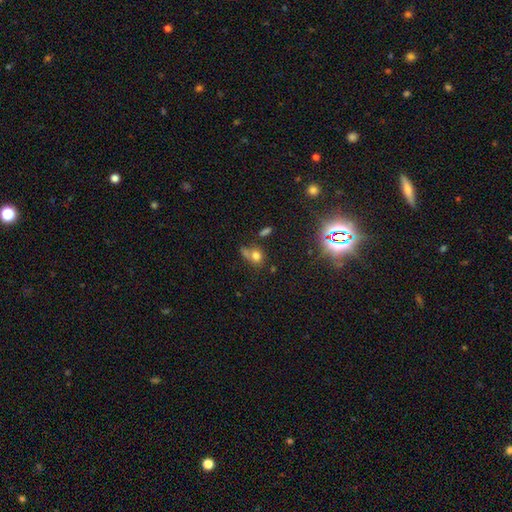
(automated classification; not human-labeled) A smooth galaxy with no disk features (69%) that is round (60%). Merging: none (44%).